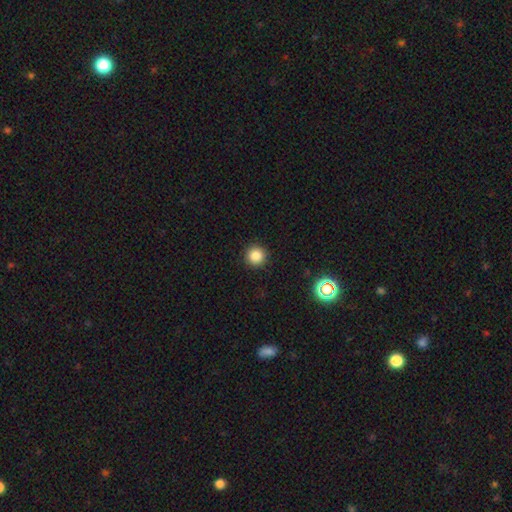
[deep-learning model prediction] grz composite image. It shows a smooth galaxy with no disk features (85%) that is round (96%). Merging: none (92%).